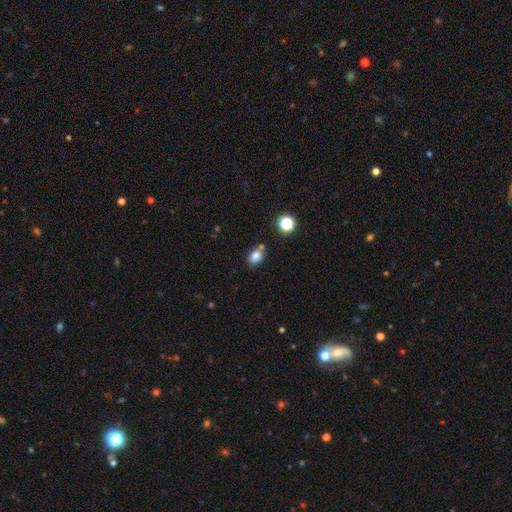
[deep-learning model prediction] smooth 80%, star or artifact 12%, featured or disk 8%. Down the decision tree: how rounded — in between (65%); merging — none (68%).